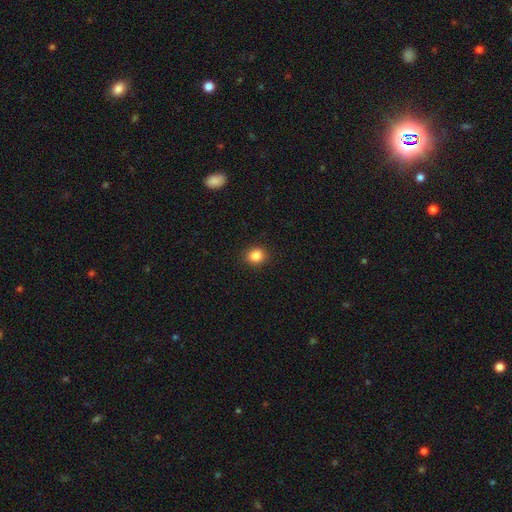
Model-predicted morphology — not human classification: Smooth or featured? Predicted: smooth (p=0.86). How rounded? Predicted: round (p=0.72). Merging? Predicted: none (p=0.90).